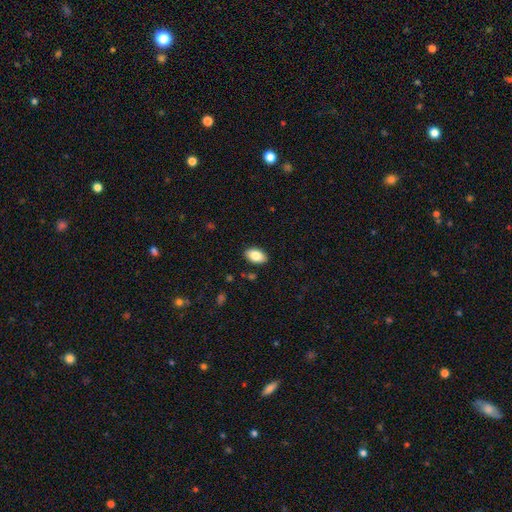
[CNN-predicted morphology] A smooth galaxy with no disk features (84%) that is in between round and cigar-shaped (93%). Merging: none (89%).